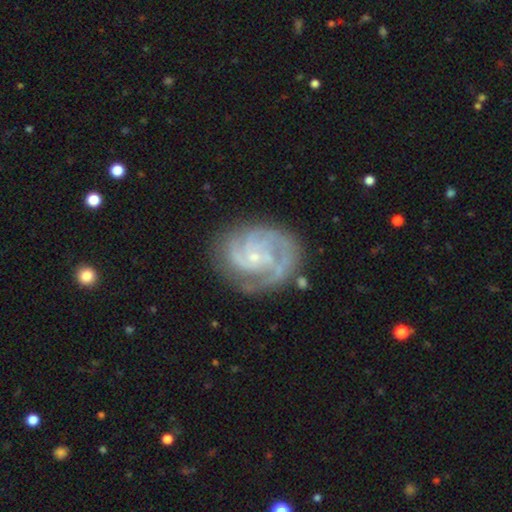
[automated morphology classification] Q: Smooth or featured?
A: featured or disk (89%); runner-up: smooth (6%)
Q: Edge-on disk?
A: no (98%); runner-up: yes (2%)
Q: Bar?
A: no (68%); runner-up: weak (26%)
Q: Spiral arms?
A: yes (98%); runner-up: no (2%)
Q: Spiral winding?
A: tight (62%); runner-up: medium (33%)
Q: Spiral arm count?
A: 3 (39%); runner-up: 2 (25%)
Q: Bulge size?
A: small (81%); runner-up: moderate (14%)
Q: Merging?
A: none (72%); runner-up: minor disturbance (18%)